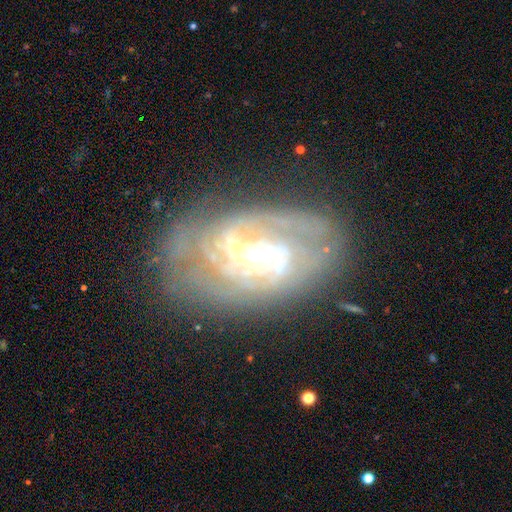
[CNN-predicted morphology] Smooth or featured?
  - featured or disk: 83% *
  - smooth: 9%
  - star or artifact: 8%
Edge-on disk?
  - no: 95% *
  - yes: 5%
Bar?
  - strong: 55% *
  - weak: 34%
  - no: 10%
Spiral arms?
  - yes: 87% *
  - no: 13%
Spiral winding?
  - tight: 51% *
  - medium: 35%
  - loose: 14%
Spiral arm count?
  - can't tell: 36% *
  - 2: 34%
  - 3: 13%
  - 4: 6%
  - 1: 6%
  - more than 4: 5%
Bulge size?
  - moderate: 46% *
  - small: 30%
  - none: 11%
  - large: 11%
  - dominant: 2%
Merging?
  - none: 65% *
  - minor disturbance: 19%
  - major disturbance: 13%
  - merger: 3%